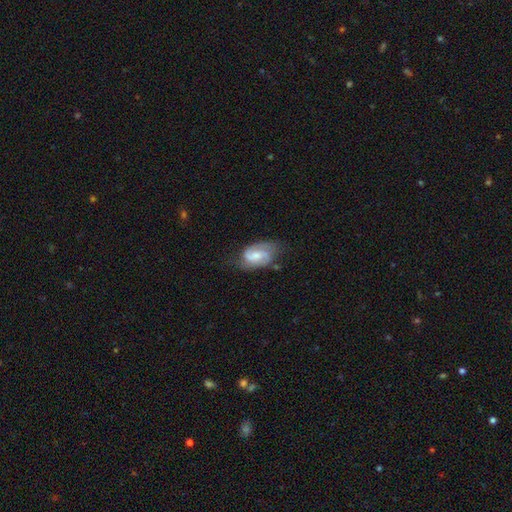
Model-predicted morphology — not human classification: This appears to be a featured or disk galaxy (79%) with a weak bar (49%), 2 (87%) medium (51%) spiral arms (95%) and a moderate central bulge (46%). Merging: none (65%).